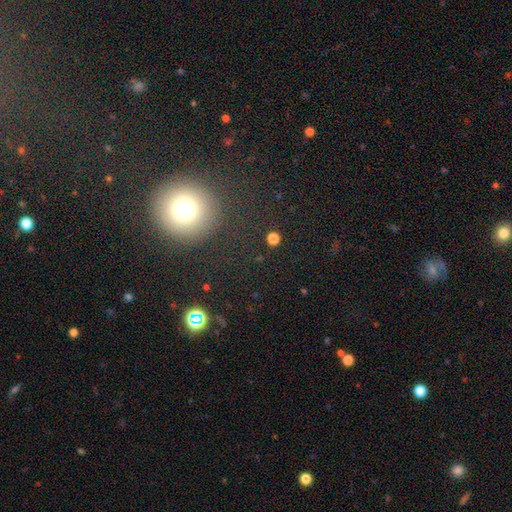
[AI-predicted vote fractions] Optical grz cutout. It shows a smooth galaxy with no disk features (53%) that is round (92%). Merging: none (89%).